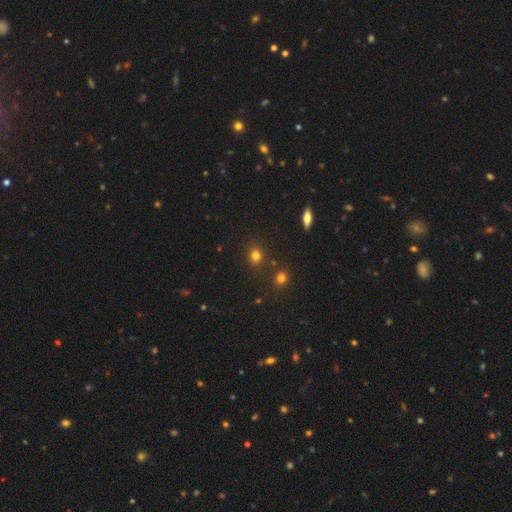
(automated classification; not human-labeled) Smooth or featured? Predicted: smooth (p=0.78). How rounded? Predicted: round (p=0.76). Merging? Predicted: none (p=0.83).